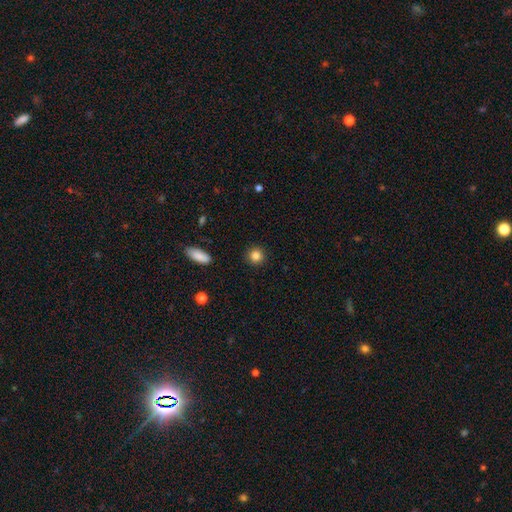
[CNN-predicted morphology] smooth 84%, star or artifact 11%, featured or disk 5%. Down the decision tree: how rounded — round (93%); merging — none (92%).